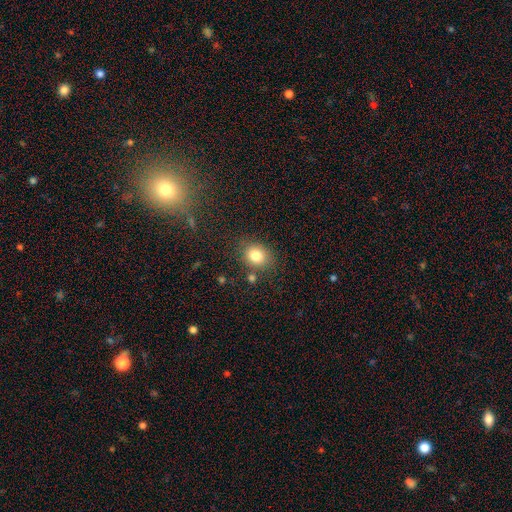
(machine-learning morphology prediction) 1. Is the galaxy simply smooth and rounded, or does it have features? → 81% smooth, 11% star or artifact, 8% featured or disk.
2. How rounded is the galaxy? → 60% round, 39% in between, 1% cigar-shaped.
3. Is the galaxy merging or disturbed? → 78% none, 12% minor disturbance, 6% merger, 4% major disturbance.